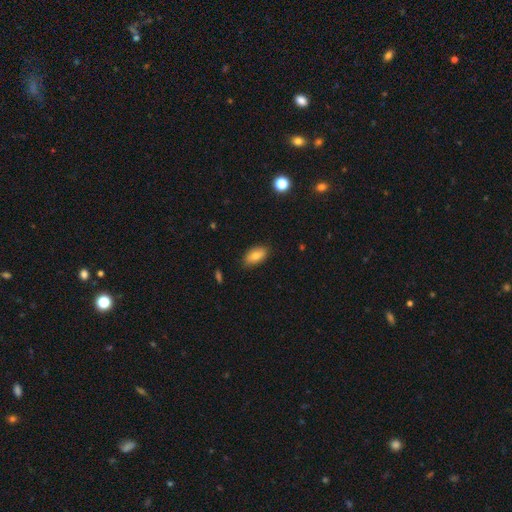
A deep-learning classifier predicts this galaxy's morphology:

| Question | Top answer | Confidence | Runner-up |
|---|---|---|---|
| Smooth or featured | smooth | 80% | featured or disk (13%) |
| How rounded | in between | 90% | cigar-shaped (5%) |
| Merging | none | 85% | minor disturbance (12%) |